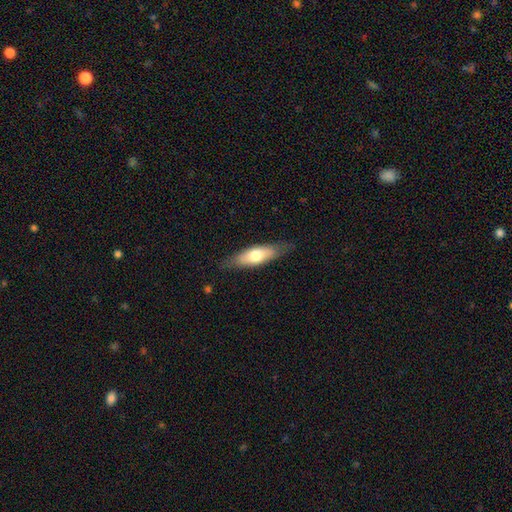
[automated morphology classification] Smooth or featured?
  - smooth: 63% *
  - featured or disk: 31%
  - star or artifact: 6%
How rounded?
  - in between: 57% *
  - cigar-shaped: 41%
  - round: 2%
Merging?
  - none: 79% *
  - minor disturbance: 16%
  - major disturbance: 4%
  - merger: 1%